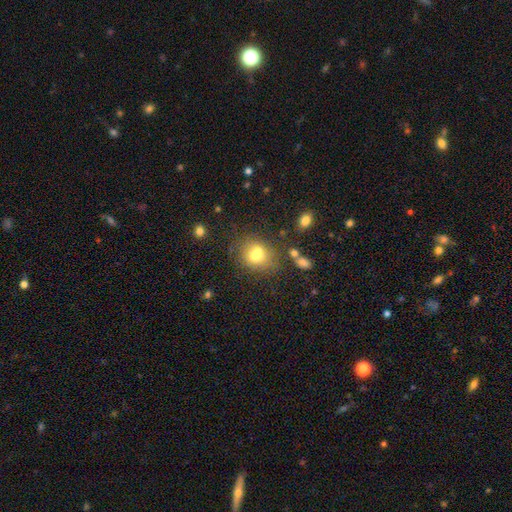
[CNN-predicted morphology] This appears to be a smooth galaxy with no disk features (68%) that is round (56%). Merging: none (48%).